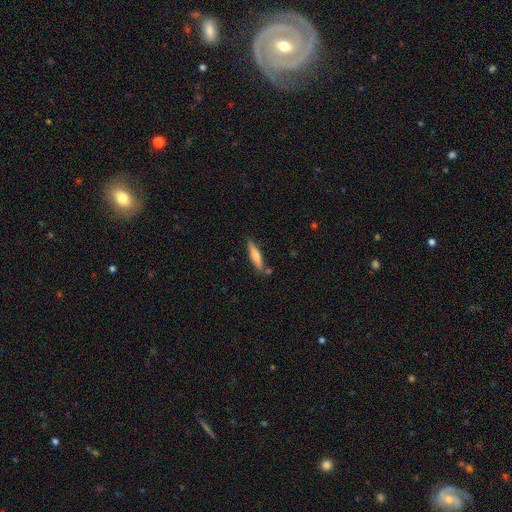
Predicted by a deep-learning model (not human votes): Q: Smooth or featured?
A: smooth (65%); runner-up: featured or disk (29%)
Q: How rounded?
A: cigar-shaped (84%); runner-up: in between (15%)
Q: Merging?
A: none (78%); runner-up: minor disturbance (13%)